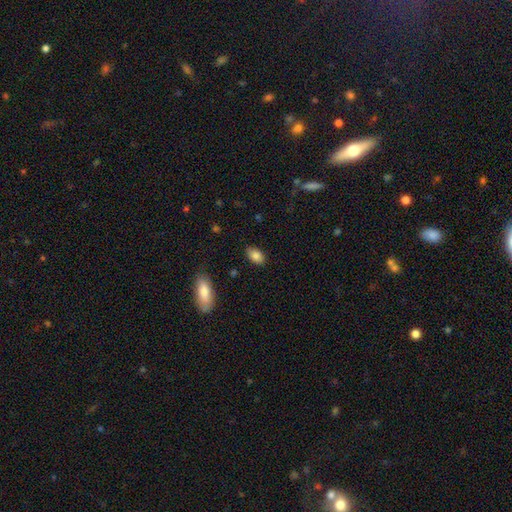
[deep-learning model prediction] The model was most divided on "merging": none: 85%, minor disturbance: 11%, major disturbance: 2%, merger: 1%. More confident: how rounded — in between (90%); smooth or featured — smooth (85%).